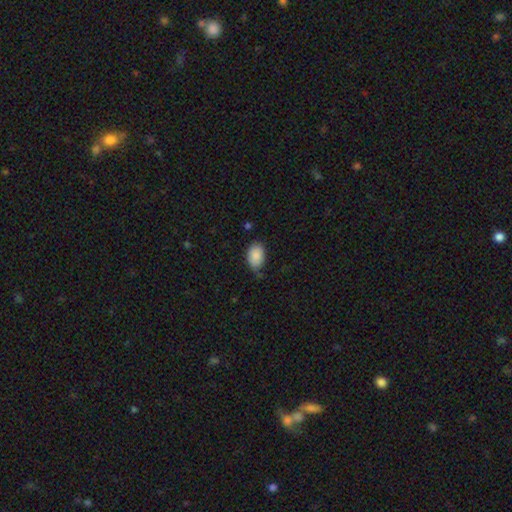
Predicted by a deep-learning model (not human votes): Smooth or featured?
  - smooth: 88% *
  - star or artifact: 7%
  - featured or disk: 5%
How rounded?
  - in between: 88% *
  - round: 11%
  - cigar-shaped: 1%
Merging?
  - none: 64% *
  - minor disturbance: 28%
  - major disturbance: 5%
  - merger: 2%